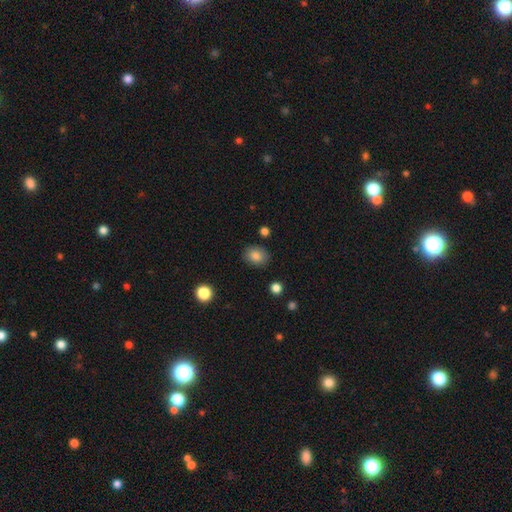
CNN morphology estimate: smooth 84%, star or artifact 10%, featured or disk 6%. Down the decision tree: how rounded — in between (53%); merging — none (85%).